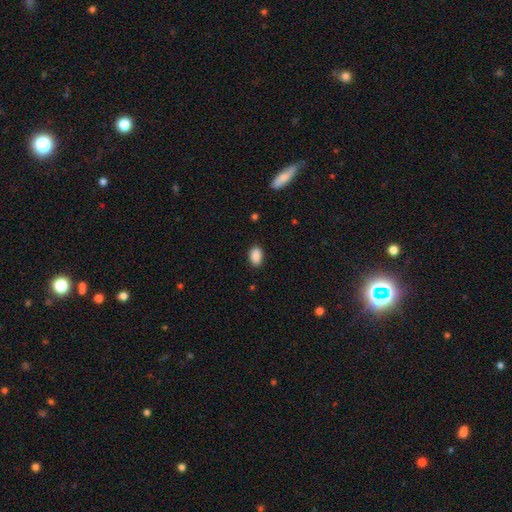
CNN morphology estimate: Smooth or featured? smooth (90%)
How rounded? in between (89%)
Merging? none (87%)